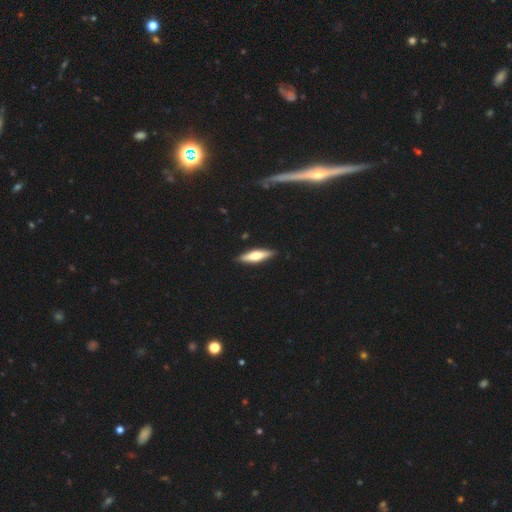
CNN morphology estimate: Smooth or featured: smooth — 47% (tied with featured or disk — 47%)
Merging: none — 89% (minor disturbance — 8%)